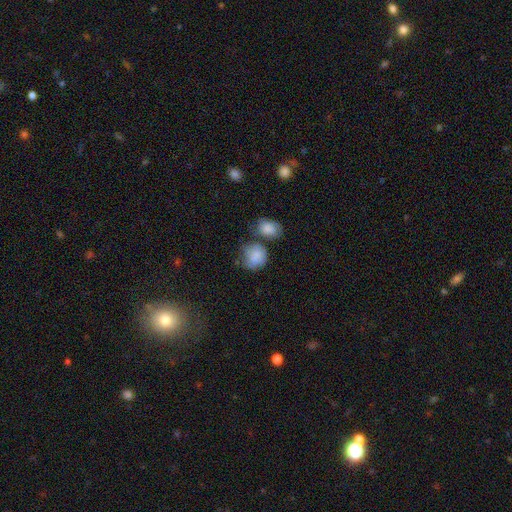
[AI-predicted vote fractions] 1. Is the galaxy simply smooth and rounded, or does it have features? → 80% smooth, 13% featured or disk, 8% star or artifact.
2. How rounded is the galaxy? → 72% round, 27% in between, 1% cigar-shaped.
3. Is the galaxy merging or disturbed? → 43% none, 23% merger, 23% minor disturbance, 10% major disturbance.